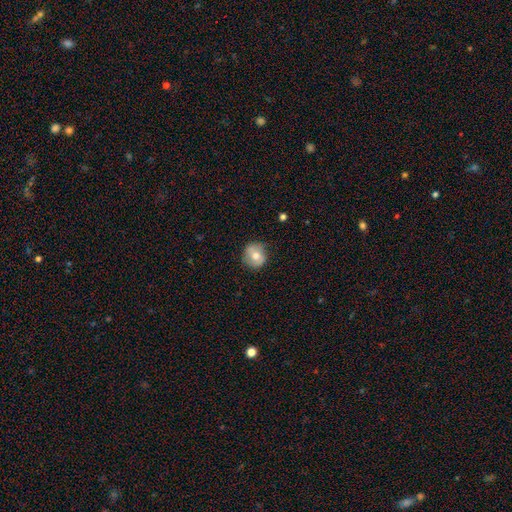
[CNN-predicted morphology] smooth_or_featured: smooth (p=0.64) [alt: featured or disk p=0.28]
how_rounded: round (p=0.86) [alt: in between p=0.13]
merging: none (p=0.76) [alt: minor disturbance p=0.18]